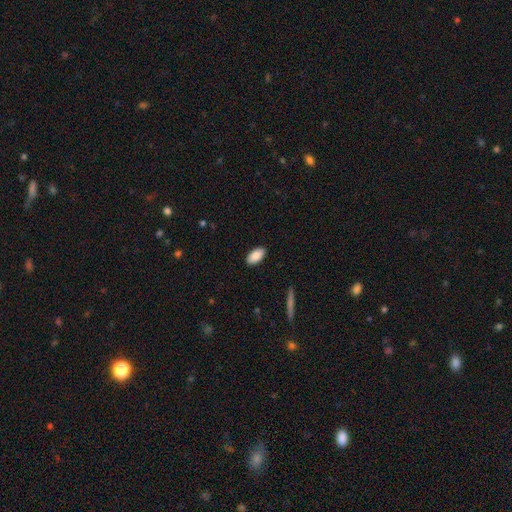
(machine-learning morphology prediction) Smooth or featured? Predicted: smooth (p=0.89). How rounded? Predicted: in between (p=0.94). Merging? Predicted: none (p=0.89).